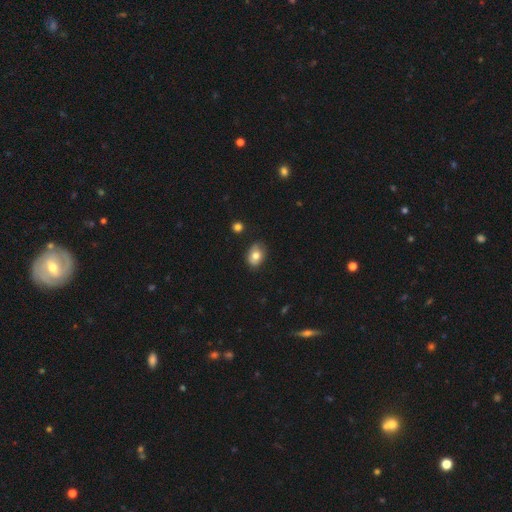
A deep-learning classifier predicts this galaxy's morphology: smooth 77%, featured or disk 14%, star or artifact 9%. Down the decision tree: how rounded — in between (73%); merging — none (78%).